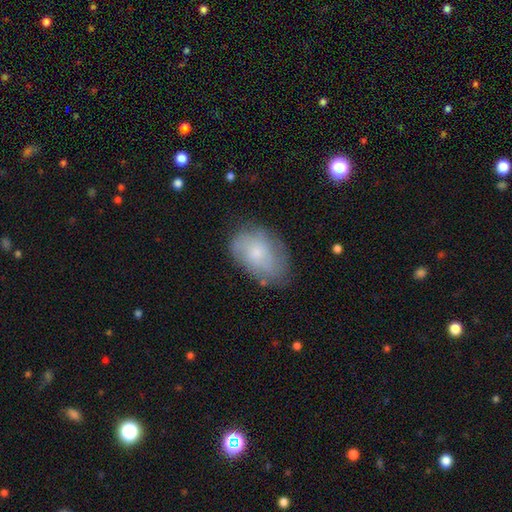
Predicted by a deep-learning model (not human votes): A smooth galaxy with no disk features (55%) that is in between round and cigar-shaped (84%). Merging: none (60%).